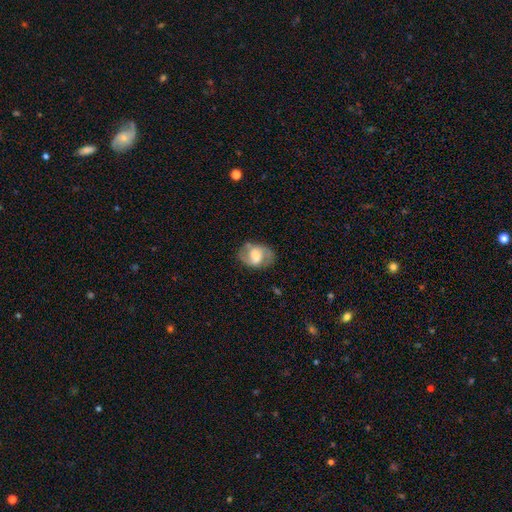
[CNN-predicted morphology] smooth_or_featured: featured or disk (p=0.64) [alt: smooth p=0.29]
disk_edge_on: no (p=0.96) [alt: yes p=0.04]
bar: weak (p=0.49) [alt: no p=0.28]
has_spiral_arms: yes (p=0.83) [alt: no p=0.17]
spiral_winding: medium (p=0.49) [alt: loose p=0.29]
spiral_arm_count: 2 (p=0.85) [alt: can't tell p=0.08]
bulge_size: moderate (p=0.39) [alt: large p=0.31]
merging: none (p=0.73) [alt: minor disturbance p=0.17]